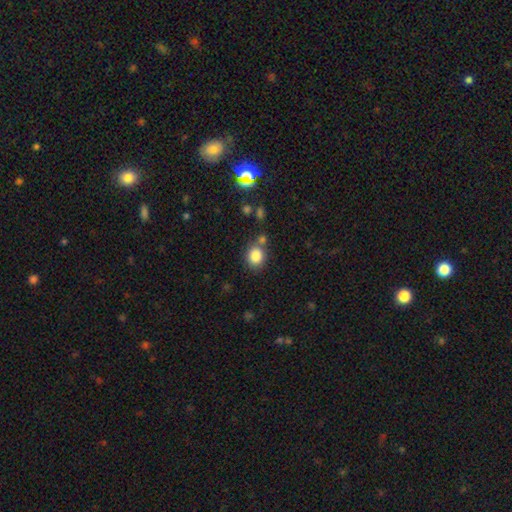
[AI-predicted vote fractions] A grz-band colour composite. It shows a smooth galaxy with no disk features (83%) that is round (69%). Merging: none (69%).